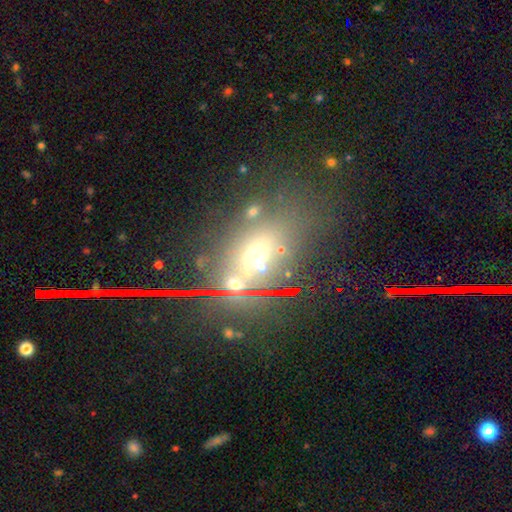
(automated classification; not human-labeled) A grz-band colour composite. It shows a smooth galaxy with no disk features (43%). Merging: none (60%).